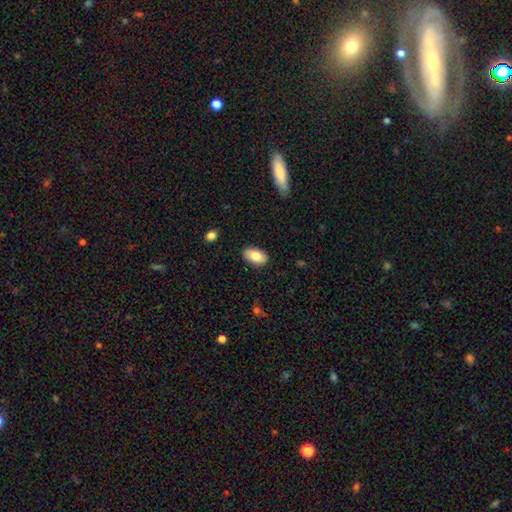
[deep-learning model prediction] smooth_or_featured: smooth (p=0.82) [alt: featured or disk p=0.12]
how_rounded: in between (p=0.94) [alt: round p=0.04]
merging: none (p=0.87) [alt: minor disturbance p=0.09]